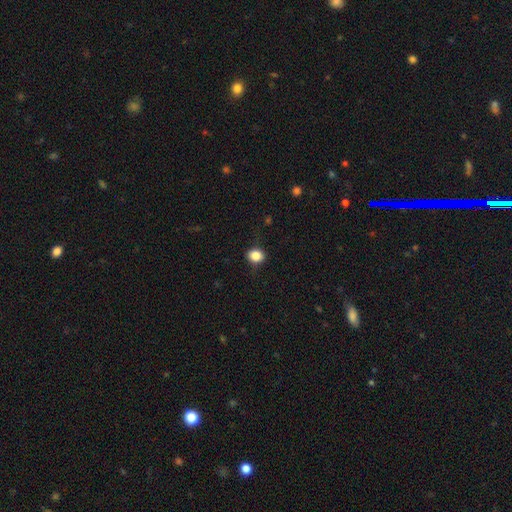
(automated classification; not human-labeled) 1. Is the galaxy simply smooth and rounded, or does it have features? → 85% smooth, 10% star or artifact, 5% featured or disk.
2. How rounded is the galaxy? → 62% round, 37% in between, 1% cigar-shaped.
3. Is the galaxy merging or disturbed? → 83% none, 13% minor disturbance, 3% major disturbance, 1% merger.